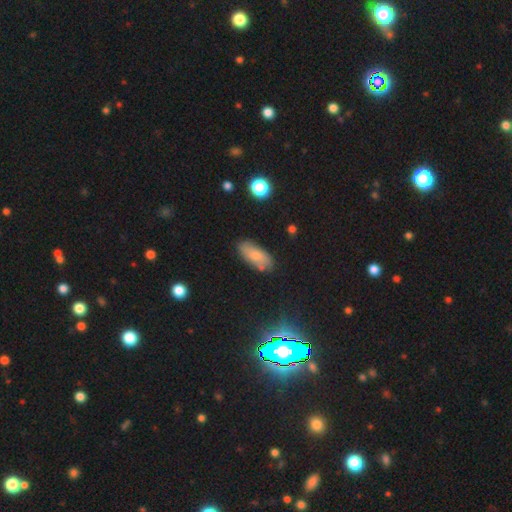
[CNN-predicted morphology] This appears to be a smooth galaxy with no disk features (72%) that is in between round and cigar-shaped (86%). Merging: none (76%).